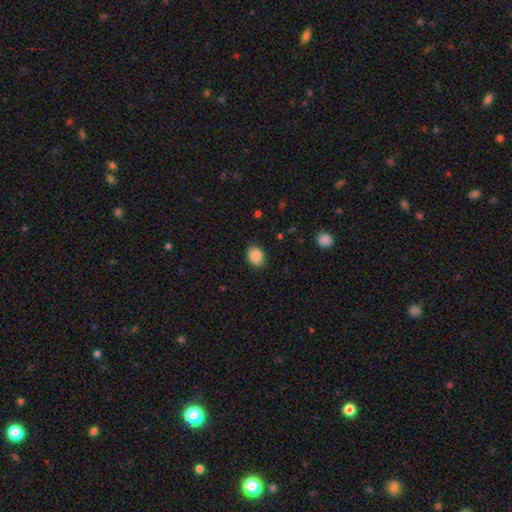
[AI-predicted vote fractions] Smooth or featured: smooth — 87% (star or artifact — 8%)
How rounded: round — 51% (in between — 48%)
Merging: none — 82% (minor disturbance — 14%)